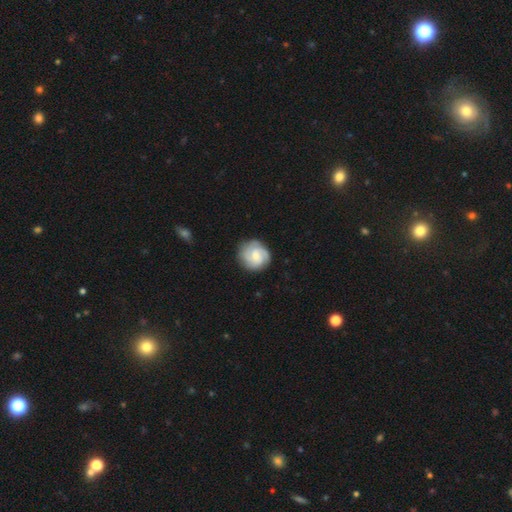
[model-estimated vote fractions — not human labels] This is likely a featured or disk galaxy (66%). It is clearly not viewed edge-on (98%). Bar: possibly no (51%). Spiral arm pattern: clearly yes (93%). Spiral arm count: marginally 3 (36%). Spiral winding: possibly tight (47%). Central bulge: possibly small (48%). Merging: clearly none (81%).